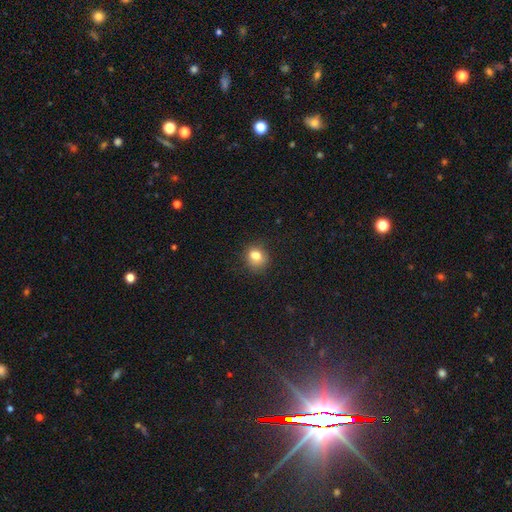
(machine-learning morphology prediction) smooth-or-featured: smooth: 81% | star or artifact: 11% | featured or disk: 8%
  how-rounded: round: 65% | in between: 34% | cigar-shaped: 1%
  merging: none: 71% | minor disturbance: 20% | major disturbance: 6% | merger: 3%